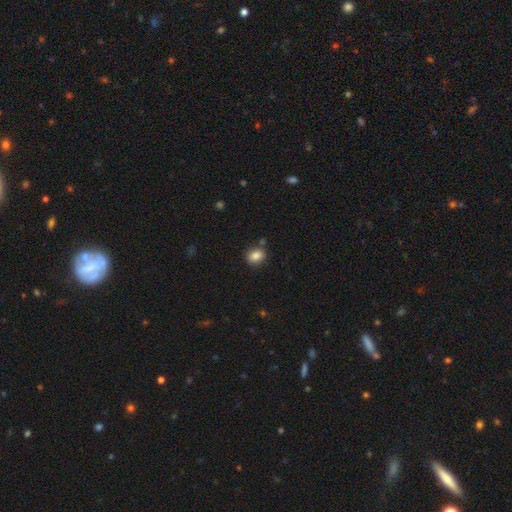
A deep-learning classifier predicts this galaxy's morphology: This appears to be a smooth galaxy with no disk features (85%) that is in between round and cigar-shaped (54%). Merging: none (82%).